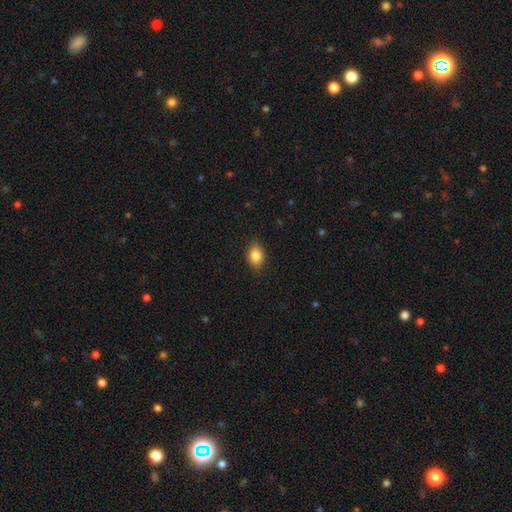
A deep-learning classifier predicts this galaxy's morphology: A smooth galaxy with no disk features (84%) that is in between round and cigar-shaped (81%). Merging: none (87%).